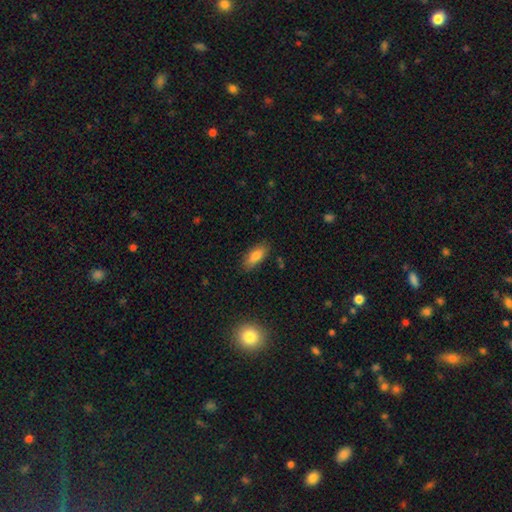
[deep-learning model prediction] Overall: smooth (82%). How rounded: in between (80%). Merging: none (84%).